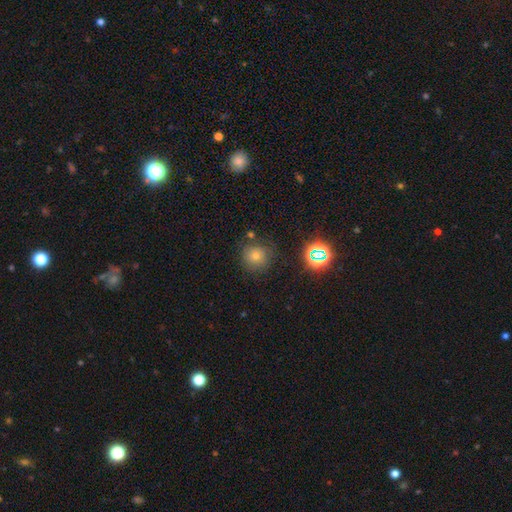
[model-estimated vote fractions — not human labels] smooth 58%, star or artifact 28%, featured or disk 14%. Down the decision tree: how rounded — round (93%); merging — none (80%).